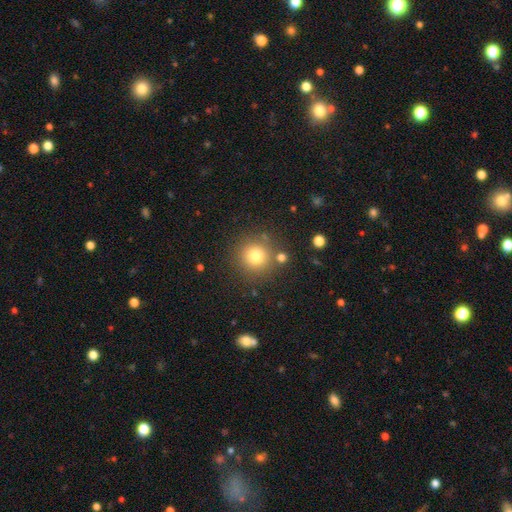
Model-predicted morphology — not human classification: A smooth galaxy with no disk features (76%) that is round (94%).

Vote fractions:
- Smooth or featured? smooth: 76% / star or artifact: 15% / featured or disk: 9%
- How rounded? round: 94% / in between: 5% / cigar-shaped: 1%
- Merging? none: 82% / minor disturbance: 8% / merger: 6% / major disturbance: 4%